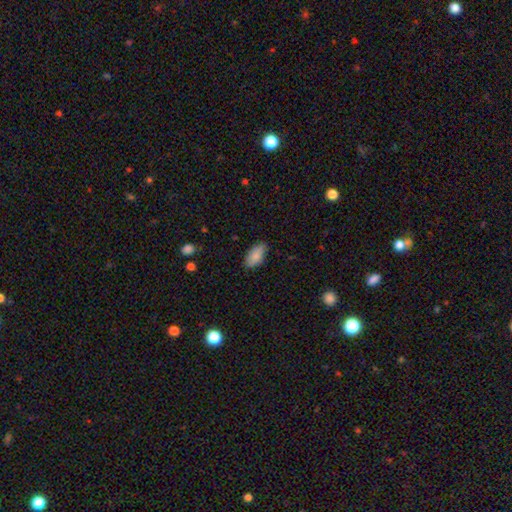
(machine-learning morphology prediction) smooth-or-featured: smooth: 85% | featured or disk: 8% | star or artifact: 7%
  how-rounded: in between: 91% | cigar-shaped: 6% | round: 3%
  merging: none: 78% | minor disturbance: 17% | major disturbance: 3% | merger: 1%